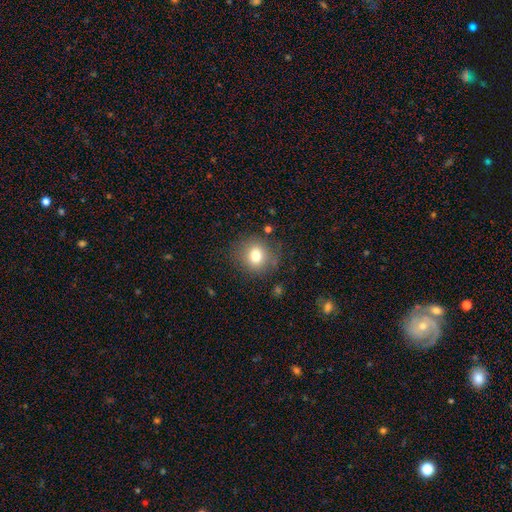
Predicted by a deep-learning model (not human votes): Smooth or featured: smooth — 76% (star or artifact — 12%)
How rounded: round — 83% (in between — 16%)
Merging: none — 83% (minor disturbance — 11%)